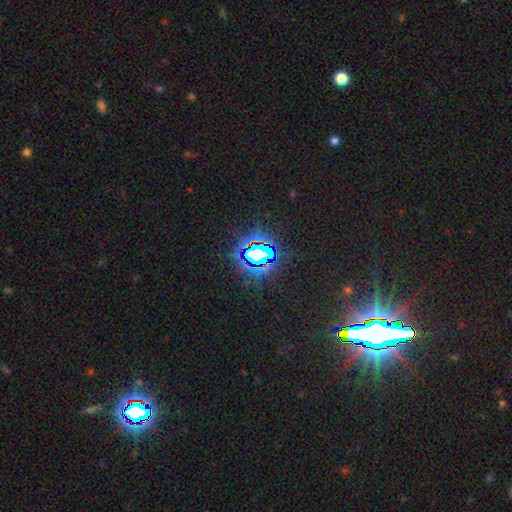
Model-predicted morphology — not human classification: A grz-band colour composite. It shows a star or artifact, not a galaxy (79%).